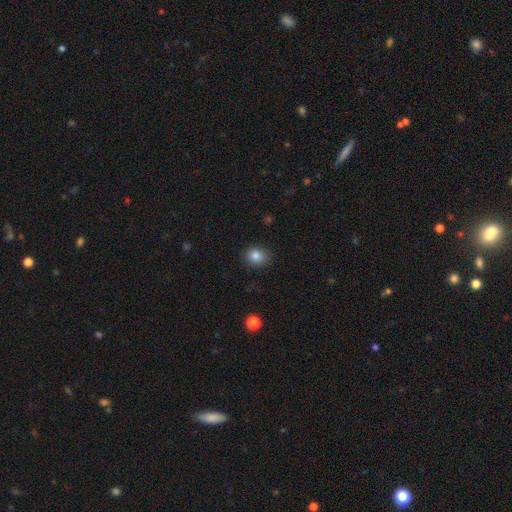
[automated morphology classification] Smooth or featured? Predicted: smooth (p=0.84). How rounded? Predicted: round (p=0.68). Merging? Predicted: none (p=0.86).